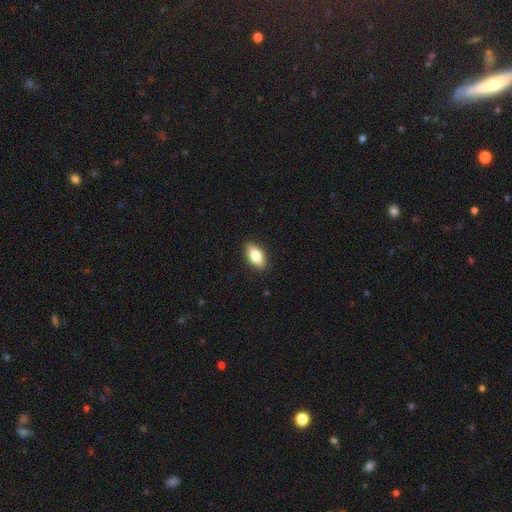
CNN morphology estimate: Smooth or featured: smooth — 70% (featured or disk — 23%)
How rounded: in between — 83% (cigar-shaped — 13%)
Merging: none — 87% (minor disturbance — 10%)